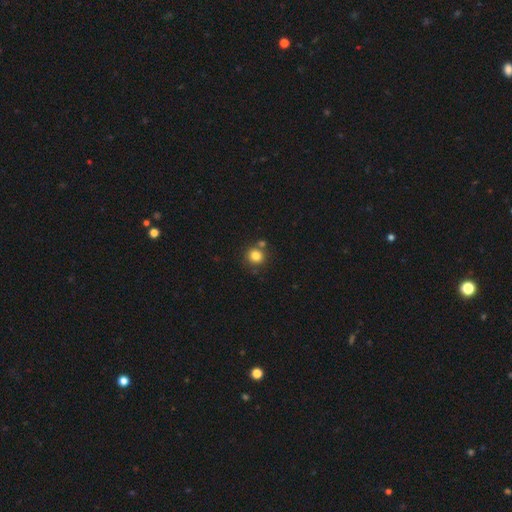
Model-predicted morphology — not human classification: A smooth galaxy with no disk features (82%) that is round (86%).

Vote fractions:
- Smooth or featured? smooth: 82% / star or artifact: 12% / featured or disk: 6%
- How rounded? round: 86% / in between: 13% / cigar-shaped: 1%
- Merging? none: 73% / merger: 15% / minor disturbance: 10% / major disturbance: 3%